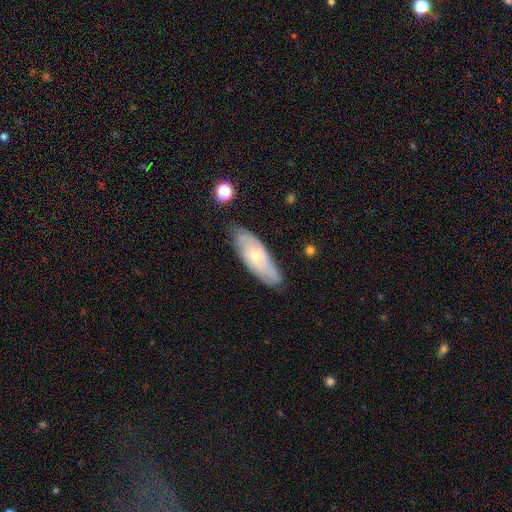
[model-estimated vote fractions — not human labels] featured or disk 56%, smooth 37%, star or artifact 7%. Down the decision tree: edge-on disk — no (82%); merging — none (75%).